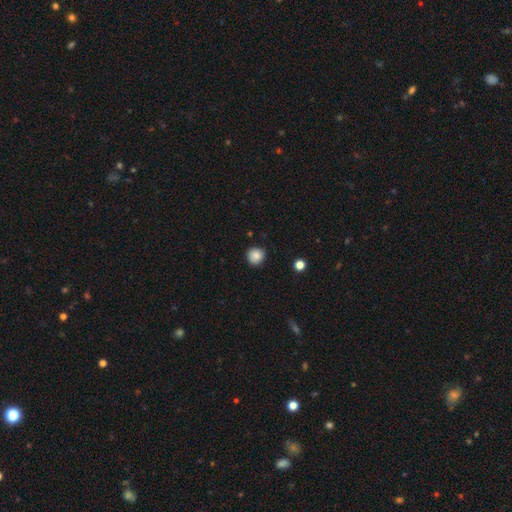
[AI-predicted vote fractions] Overall: smooth (86%). How rounded: round (92%). Merging: none (85%).